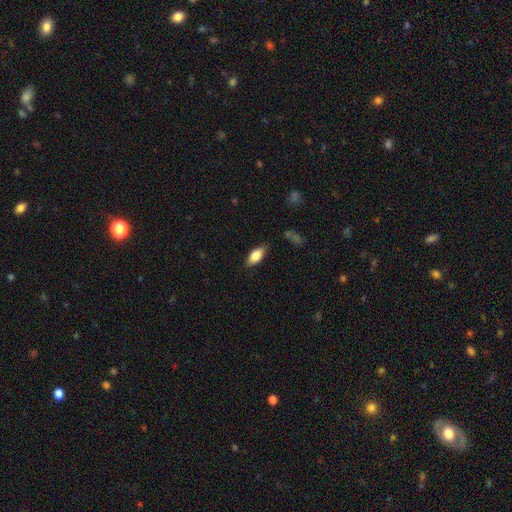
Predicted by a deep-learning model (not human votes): A smooth galaxy with no disk features (78%) that is in between round and cigar-shaped (86%). Merging: none (82%).